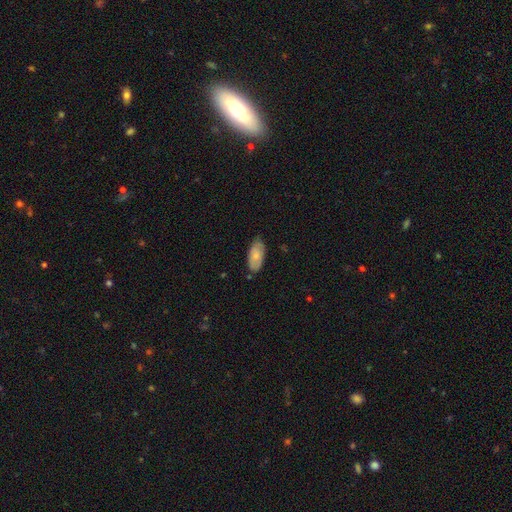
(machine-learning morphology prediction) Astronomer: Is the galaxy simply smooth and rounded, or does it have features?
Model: smooth — 68%.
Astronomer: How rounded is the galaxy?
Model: in between — 92%.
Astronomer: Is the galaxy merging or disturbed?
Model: none — 76%.